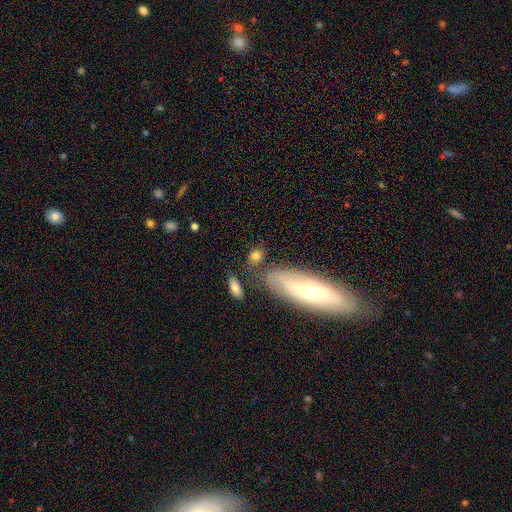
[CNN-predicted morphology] Smooth or featured: smooth — 77% (featured or disk — 14%)
How rounded: in between — 58% (round — 31%)
Merging: none — 64% (minor disturbance — 16%)